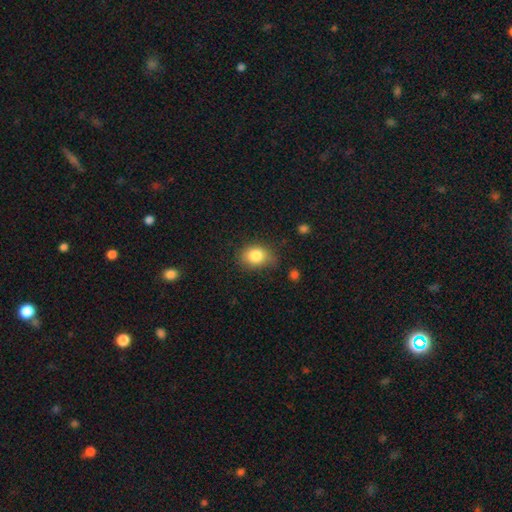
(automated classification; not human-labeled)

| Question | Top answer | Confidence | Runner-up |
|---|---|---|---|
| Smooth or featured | smooth | 82% | star or artifact (9%) |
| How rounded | in between | 60% | round (39%) |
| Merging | none | 61% | minor disturbance (29%) |